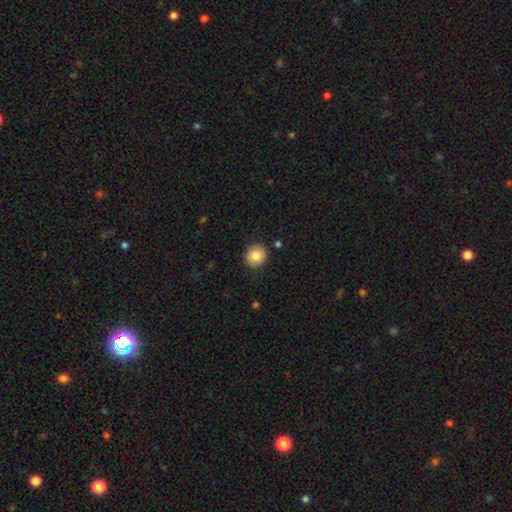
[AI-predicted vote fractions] The model was most divided on "smooth or featured": smooth: 84%, star or artifact: 8%, featured or disk: 8%. More confident: merging — none (88%); how rounded — round (88%).